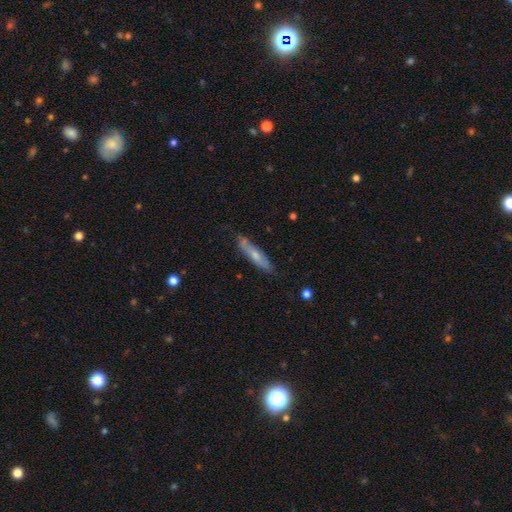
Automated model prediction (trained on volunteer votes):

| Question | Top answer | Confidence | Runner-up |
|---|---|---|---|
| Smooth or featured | smooth | 57% | featured or disk (38%) |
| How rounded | cigar-shaped | 80% | in between (18%) |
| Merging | none | 68% | minor disturbance (23%) |